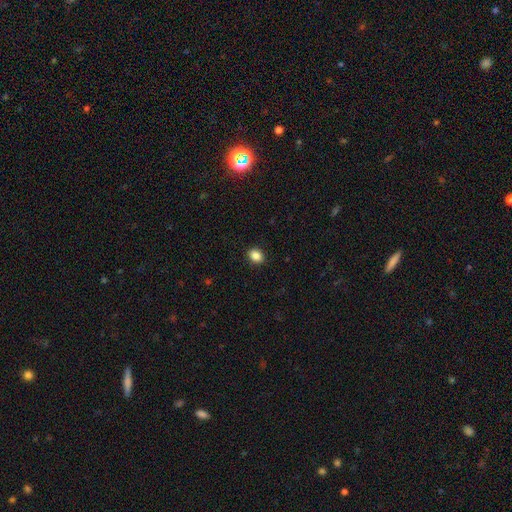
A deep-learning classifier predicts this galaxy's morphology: A smooth galaxy with no disk features (87%) that is in between round and cigar-shaped (59%).

Vote fractions:
- Smooth or featured? smooth: 87% / star or artifact: 9% / featured or disk: 4%
- How rounded? in between: 59% / round: 40% / cigar-shaped: 1%
- Merging? none: 91% / minor disturbance: 7% / major disturbance: 2% / merger: 1%